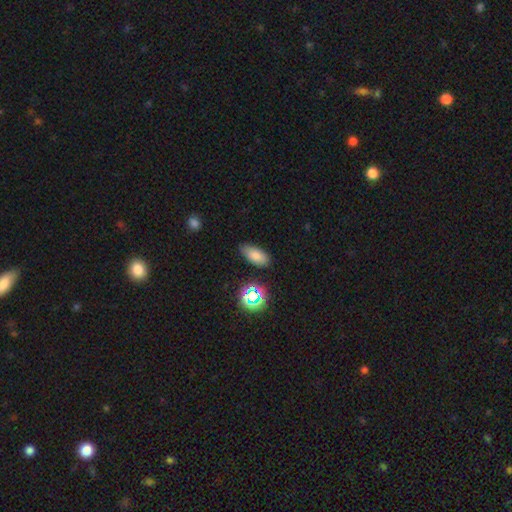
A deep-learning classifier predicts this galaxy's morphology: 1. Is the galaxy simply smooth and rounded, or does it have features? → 77% smooth, 14% star or artifact, 9% featured or disk.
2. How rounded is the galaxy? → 86% in between, 9% cigar-shaped, 5% round.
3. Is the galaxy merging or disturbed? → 82% none, 12% minor disturbance, 3% major disturbance, 2% merger.